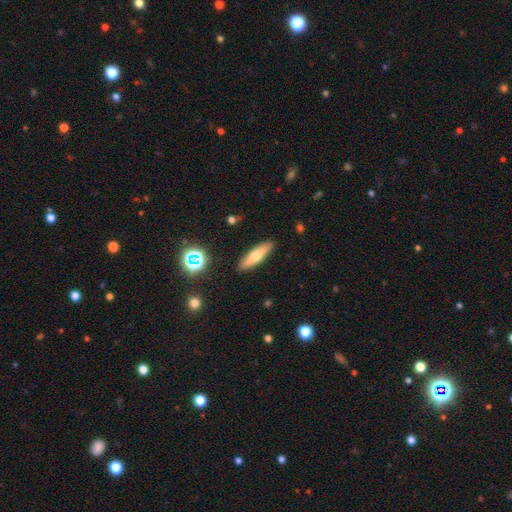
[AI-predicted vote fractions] Smooth or featured? Predicted: smooth (p=0.63). How rounded? Predicted: cigar-shaped (p=0.65). Merging? Predicted: none (p=0.89).